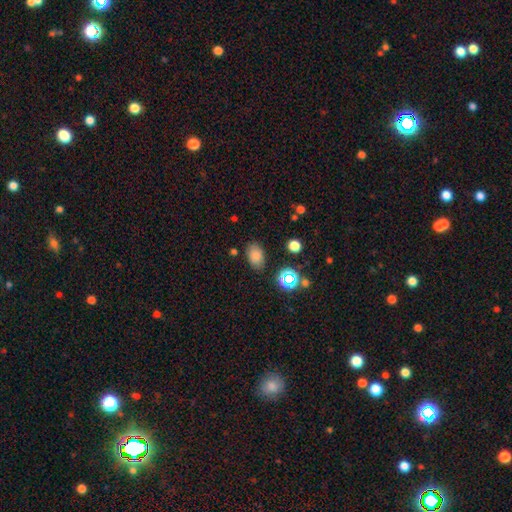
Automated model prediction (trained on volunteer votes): Morphology: type=smooth (79%); roundness=in between (84%); merging=none (81%).